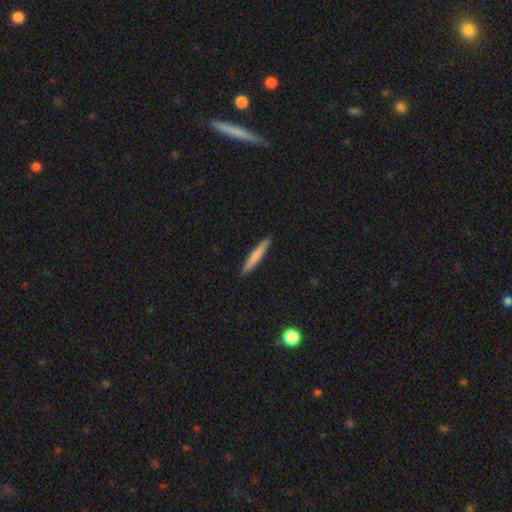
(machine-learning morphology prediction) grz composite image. It shows a smooth galaxy with no disk features (69%) that is cigar-shaped (96%). Merging: none (92%).